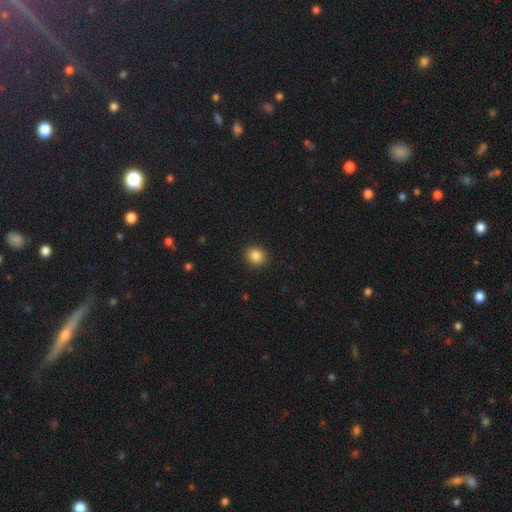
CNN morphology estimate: The model was most divided on "how rounded": round: 85%, in between: 14%, cigar-shaped: 1%. More confident: merging — none (92%); smooth or featured — smooth (86%).